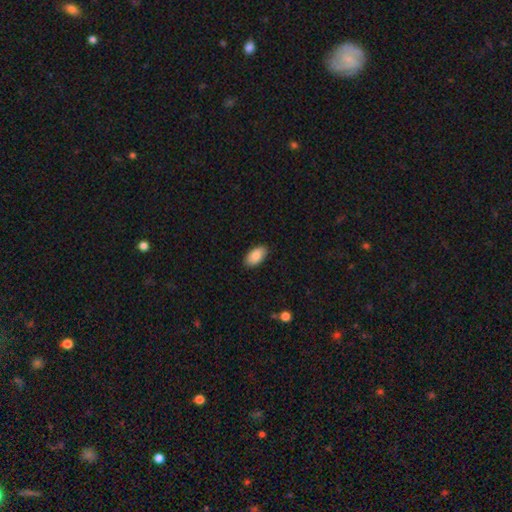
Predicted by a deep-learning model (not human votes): This is clearly a smooth galaxy (87%). How rounded: clearly in between (95%). Merging: clearly none (89%).